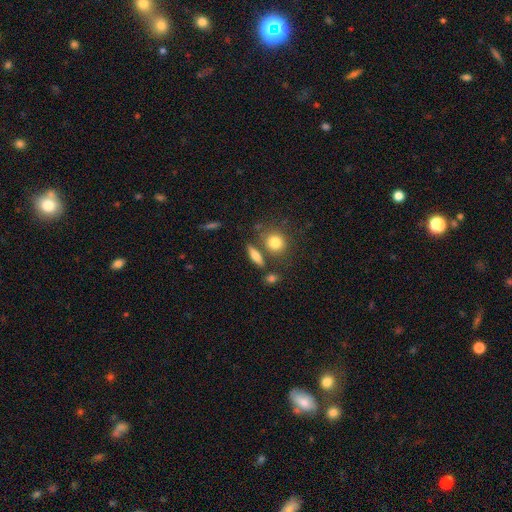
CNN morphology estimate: Q: Smooth or featured?
A: smooth (66%); runner-up: featured or disk (24%)
Q: How rounded?
A: in between (44%); runner-up: cigar-shaped (41%)
Q: Merging?
A: none (74%); runner-up: minor disturbance (11%)